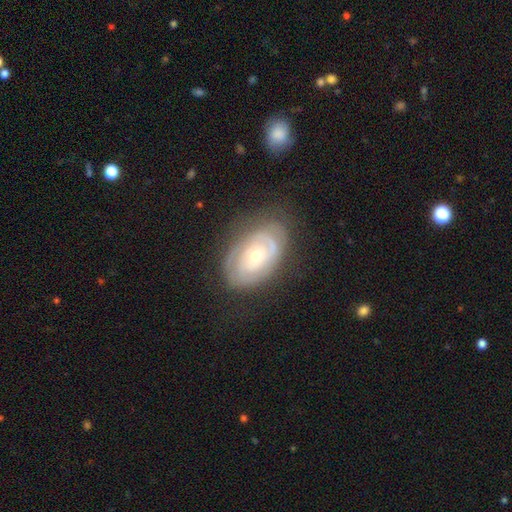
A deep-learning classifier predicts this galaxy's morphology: smooth-or-featured: featured or disk: 75% | smooth: 19% | star or artifact: 6%
  disk-edge-on: no: 95% | yes: 5%
    bar: no: 79% | weak: 17% | strong: 5%
    has-spiral-arms: yes: 77% | no: 23%
      spiral-winding: tight: 74% | medium: 19% | loose: 7%
      spiral-arm-count: can't tell: 44% | 2: 30% | 1: 10% | 3: 9% | 4: 4% | more than 4: 3%
    bulge-size: small: 52% | moderate: 44% | large: 2% | none: 1% | dominant: 1%
  merging: none: 71% | minor disturbance: 19% | major disturbance: 8% | merger: 1%